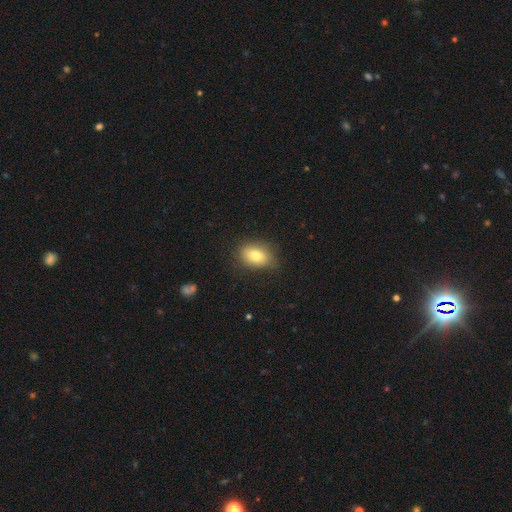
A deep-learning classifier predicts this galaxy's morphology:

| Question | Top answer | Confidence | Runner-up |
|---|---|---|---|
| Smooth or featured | smooth | 79% | featured or disk (12%) |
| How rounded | in between | 80% | round (18%) |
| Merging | none | 78% | minor disturbance (17%) |